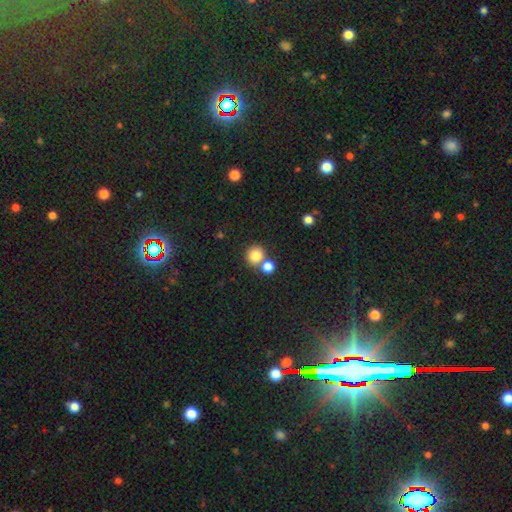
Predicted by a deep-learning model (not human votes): smooth 81%, star or artifact 12%, featured or disk 7%. Down the decision tree: how rounded — round (86%); merging — none (59%).